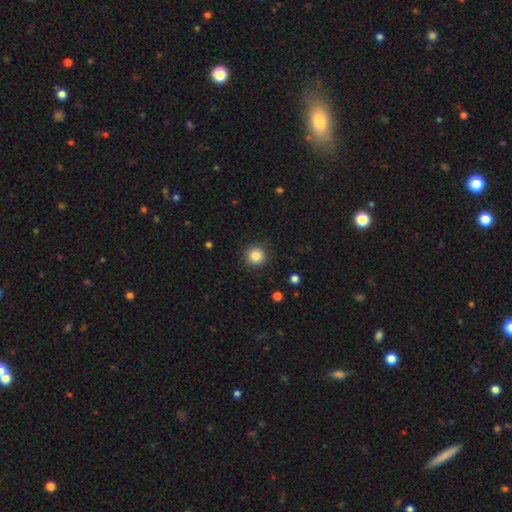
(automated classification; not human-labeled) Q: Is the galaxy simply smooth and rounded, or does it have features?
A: smooth — 85%.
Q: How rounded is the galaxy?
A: round — 95%.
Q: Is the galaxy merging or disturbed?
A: none — 91%.